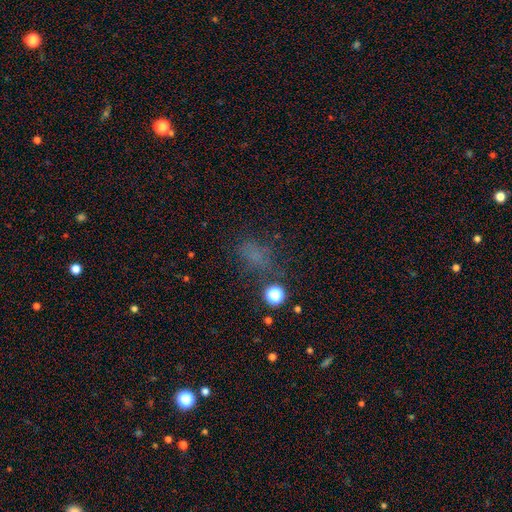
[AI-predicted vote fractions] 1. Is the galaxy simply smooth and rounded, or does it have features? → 57% smooth, 32% star or artifact, 11% featured or disk.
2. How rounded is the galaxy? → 64% in between, 32% round, 4% cigar-shaped.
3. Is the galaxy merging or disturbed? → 58% none, 20% minor disturbance, 17% major disturbance, 5% merger.